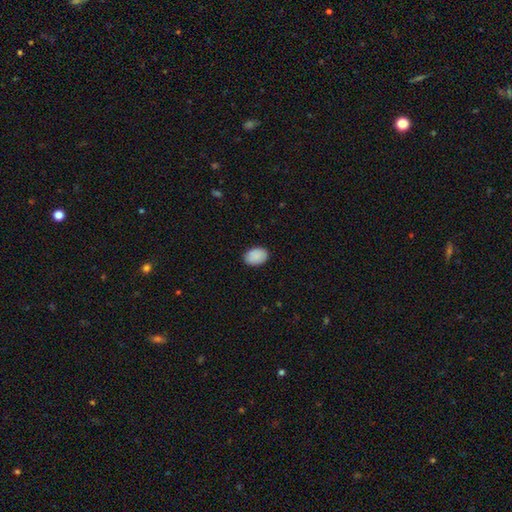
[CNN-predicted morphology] A smooth galaxy with no disk features (90%) that is in between round and cigar-shaped (81%).

Vote fractions:
- Smooth or featured? smooth: 90% / star or artifact: 7% / featured or disk: 4%
- How rounded? in between: 81% / round: 18% / cigar-shaped: 1%
- Merging? none: 88% / minor disturbance: 10% / major disturbance: 2% / merger: 1%